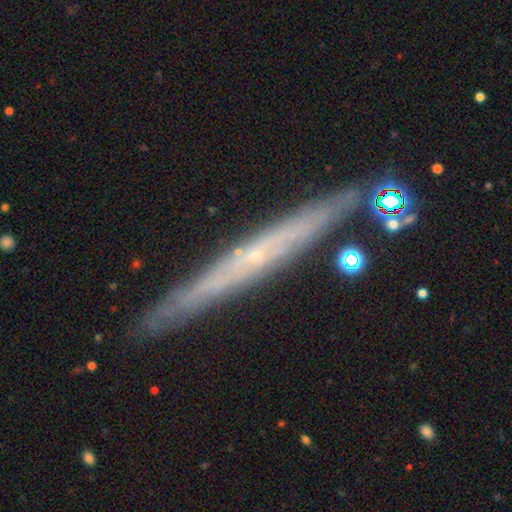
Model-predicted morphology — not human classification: featured or disk 72%, smooth 19%, star or artifact 9%. Down the decision tree: edge-on disk — yes (93%); edge-on bulge — none (65%); merging — none (87%).